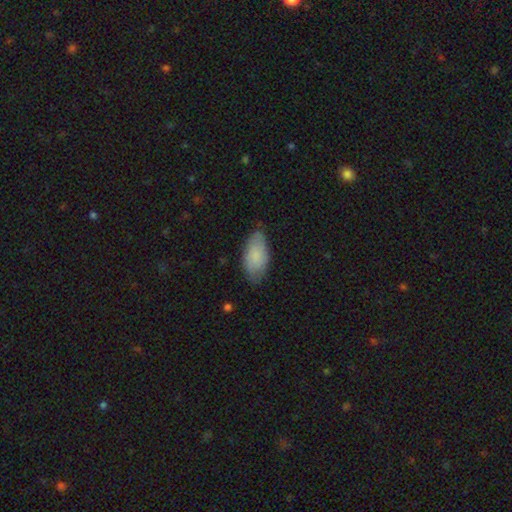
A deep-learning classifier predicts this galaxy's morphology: Smooth or featured?
  - smooth: 81% *
  - featured or disk: 13%
  - star or artifact: 6%
How rounded?
  - in between: 92% *
  - cigar-shaped: 6%
  - round: 2%
Merging?
  - none: 70% *
  - minor disturbance: 25%
  - major disturbance: 4%
  - merger: 1%